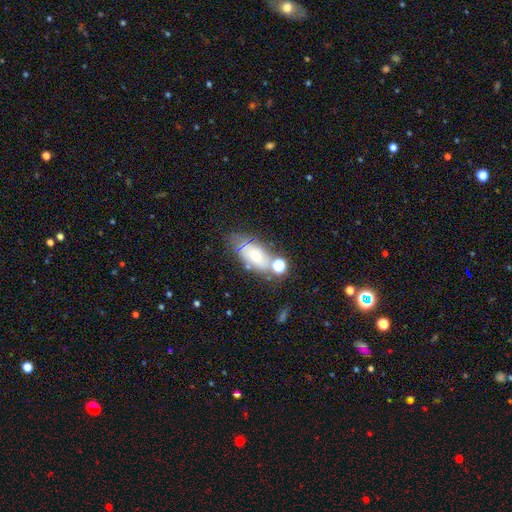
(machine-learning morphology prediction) Smooth or featured? smooth (53%)
How rounded? in between (81%)
Merging? none (52%)